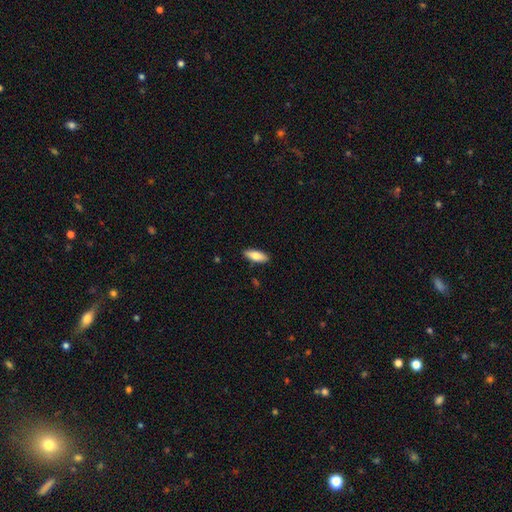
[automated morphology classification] This is likely a smooth galaxy (77%). How rounded: likely in between (69%). Merging: clearly none (88%).